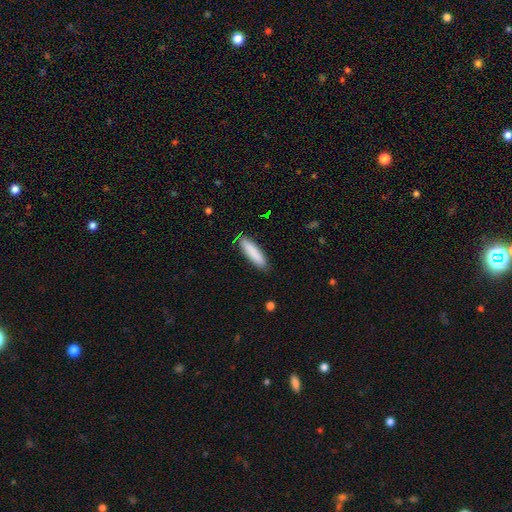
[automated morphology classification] Q: Smooth or featured?
A: smooth (86%); runner-up: featured or disk (8%)
Q: How rounded?
A: cigar-shaped (72%); runner-up: in between (27%)
Q: Merging?
A: none (85%); runner-up: minor disturbance (11%)